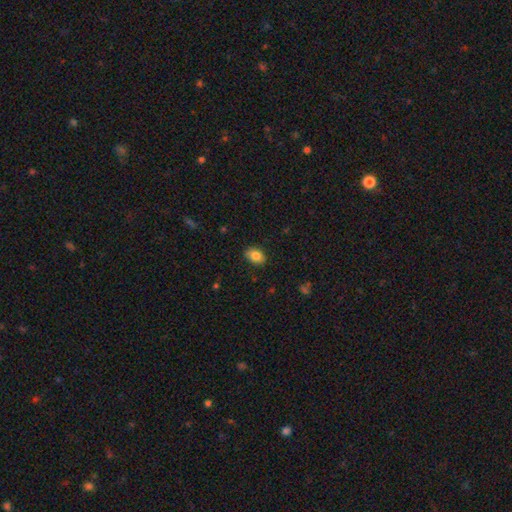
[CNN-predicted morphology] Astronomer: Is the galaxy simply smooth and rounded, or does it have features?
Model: smooth — 85%.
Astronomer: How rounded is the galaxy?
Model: in between — 83%.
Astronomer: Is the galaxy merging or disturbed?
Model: none — 84%.